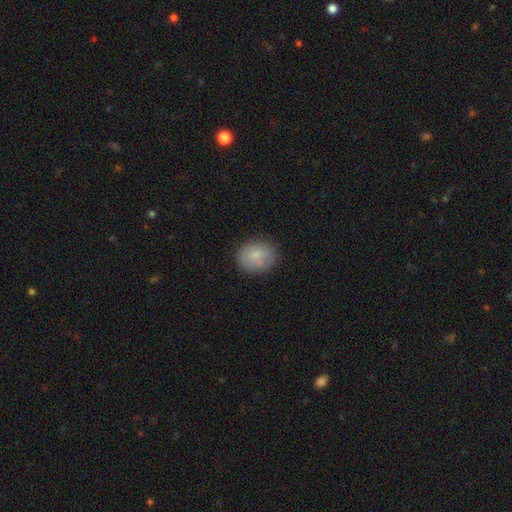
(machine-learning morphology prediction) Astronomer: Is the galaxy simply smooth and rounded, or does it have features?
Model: smooth — 79%.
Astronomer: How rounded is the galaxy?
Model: round — 61% (runner-up: in between, 38%).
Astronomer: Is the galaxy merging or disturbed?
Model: none — 79%.